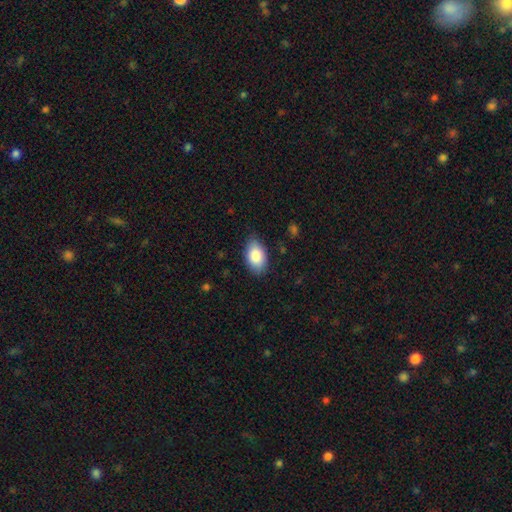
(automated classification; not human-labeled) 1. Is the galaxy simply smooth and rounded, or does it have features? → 87% smooth, 7% featured or disk, 6% star or artifact.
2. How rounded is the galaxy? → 93% in between, 6% round, 1% cigar-shaped.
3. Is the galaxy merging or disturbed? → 80% none, 16% minor disturbance, 3% major disturbance, 1% merger.